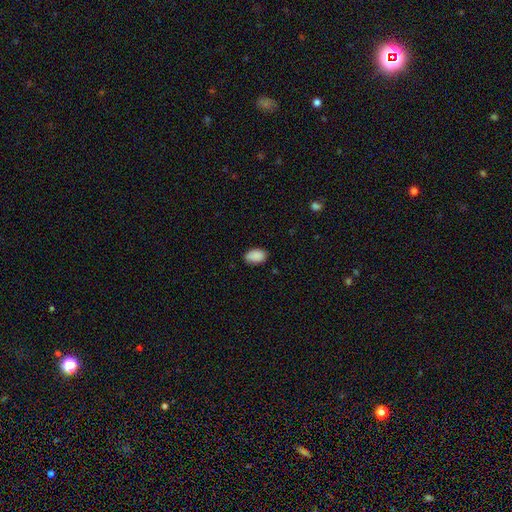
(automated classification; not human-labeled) smooth 90%, star or artifact 7%, featured or disk 3%. Down the decision tree: how rounded — in between (91%); merging — none (84%).